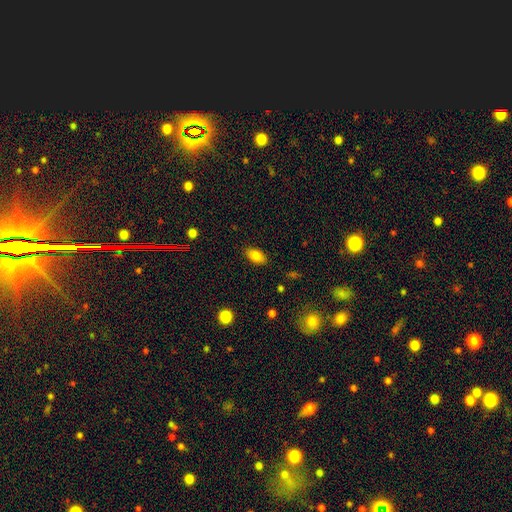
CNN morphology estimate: A smooth galaxy with no disk features (84%) that is in between round and cigar-shaped (90%).

Vote fractions:
- Smooth or featured? smooth: 84% / star or artifact: 9% / featured or disk: 7%
- How rounded? in between: 90% / round: 6% / cigar-shaped: 4%
- Merging? none: 87% / minor disturbance: 10% / major disturbance: 3% / merger: 1%